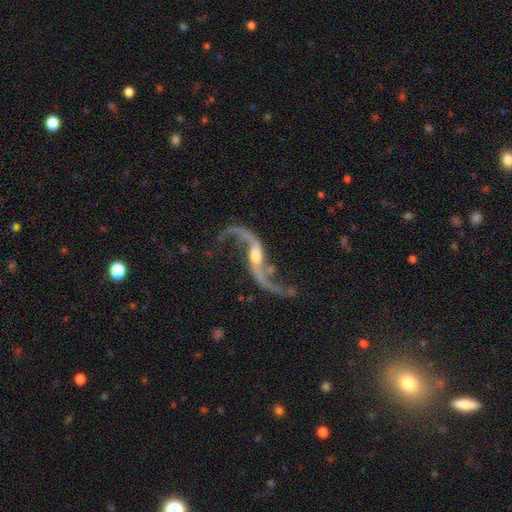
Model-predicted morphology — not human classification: smooth_or_featured: featured or disk (p=0.93) [alt: star or artifact p=0.05]
disk_edge_on: no (p=0.93) [alt: yes p=0.07]
bar: no (p=0.39) [alt: weak p=0.37]
has_spiral_arms: yes (p=0.97) [alt: no p=0.03]
spiral_winding: loose (p=0.93) [alt: medium p=0.05]
spiral_arm_count: 2 (p=0.95) [alt: 1 p=0.01]
bulge_size: moderate (p=0.55) [alt: small p=0.32]
merging: none (p=0.71) [alt: minor disturbance p=0.14]